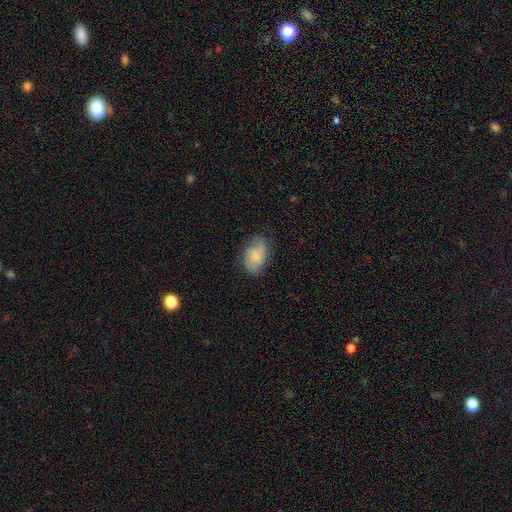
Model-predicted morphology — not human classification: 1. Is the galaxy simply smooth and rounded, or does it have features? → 72% smooth, 20% featured or disk, 8% star or artifact.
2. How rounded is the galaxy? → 87% in between, 12% round, 1% cigar-shaped.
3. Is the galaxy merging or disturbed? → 67% none, 24% minor disturbance, 8% major disturbance, 1% merger.